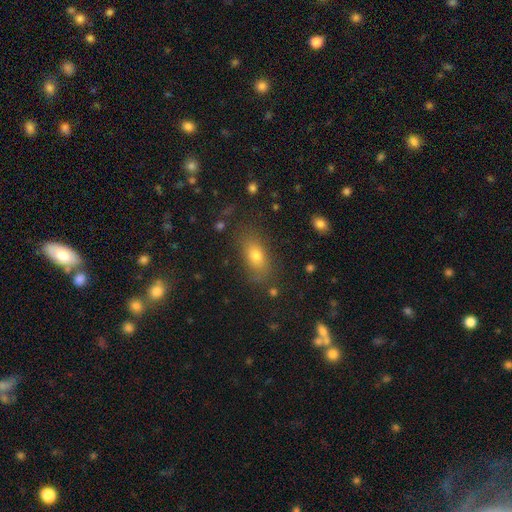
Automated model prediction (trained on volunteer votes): This is likely a smooth galaxy (75%). How rounded: likely in between (80%). Merging: likely none (79%).